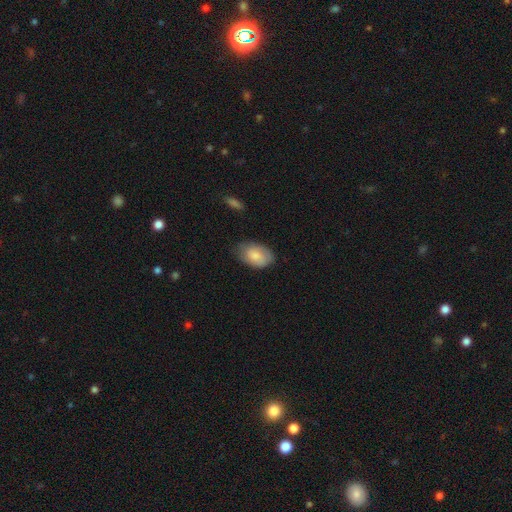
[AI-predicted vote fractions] A smooth galaxy with no disk features (80%) that is in between round and cigar-shaped (90%). Merging: none (67%).